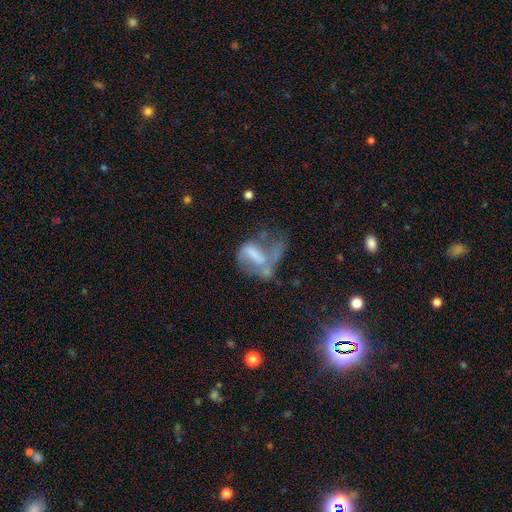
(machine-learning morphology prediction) Smooth or featured? featured or disk (52%)
Edge-on disk? no (95%)
Merging? major disturbance (49%)